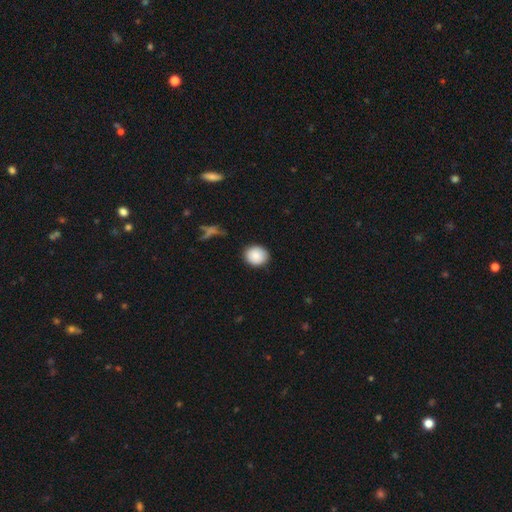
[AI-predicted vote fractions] Q: Smooth or featured?
A: smooth (86%); runner-up: star or artifact (8%)
Q: How rounded?
A: round (76%); runner-up: in between (23%)
Q: Merging?
A: none (86%); runner-up: minor disturbance (10%)